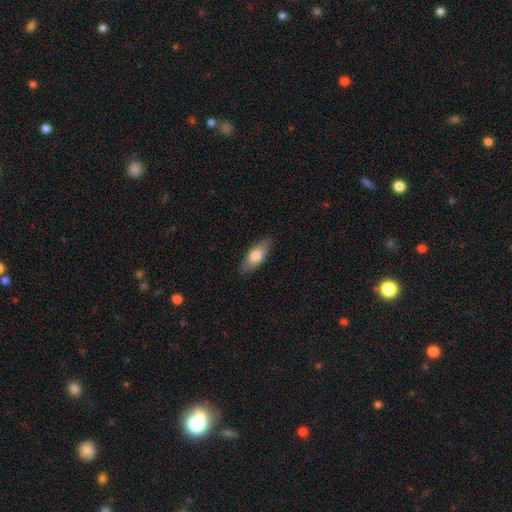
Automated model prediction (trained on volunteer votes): Q: Smooth or featured?
A: smooth (77%); runner-up: featured or disk (18%)
Q: How rounded?
A: in between (79%); runner-up: cigar-shaped (19%)
Q: Merging?
A: none (85%); runner-up: minor disturbance (12%)